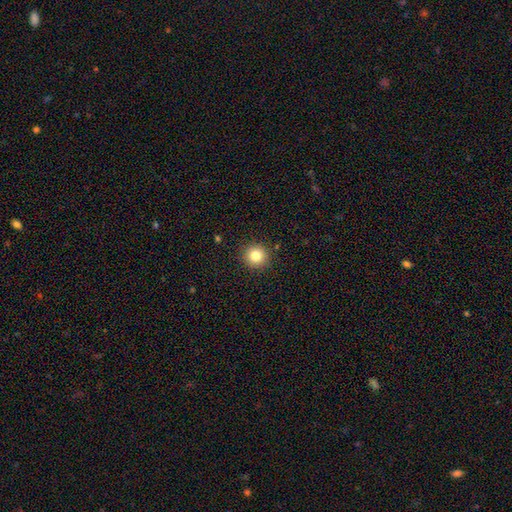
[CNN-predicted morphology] Overall: smooth (82%). How rounded: round (92%). Merging: none (91%).